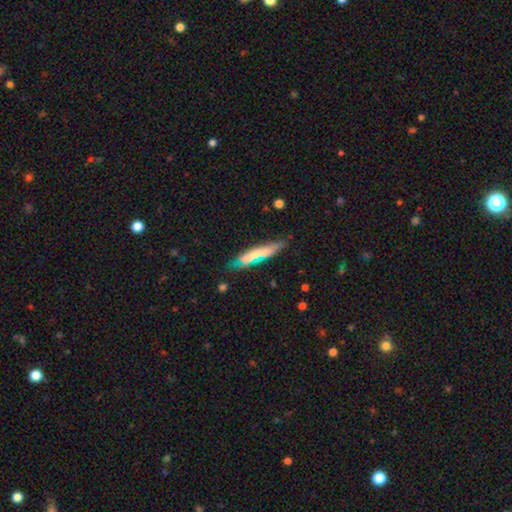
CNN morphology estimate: Smooth or featured? featured or disk (47%, tied with smooth)
Merging? none (71%)